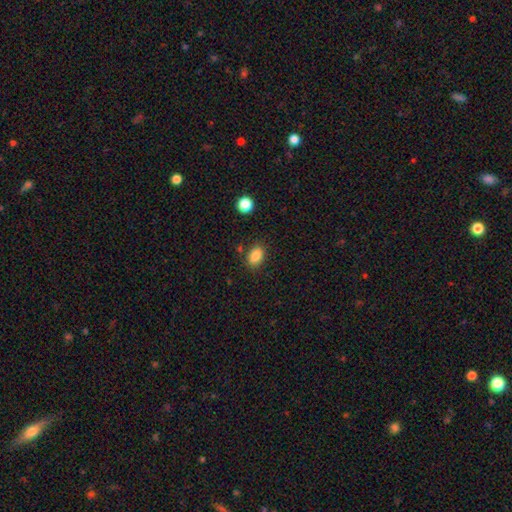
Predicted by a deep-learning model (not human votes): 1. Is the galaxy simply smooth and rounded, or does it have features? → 86% smooth, 10% star or artifact, 5% featured or disk.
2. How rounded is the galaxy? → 81% in between, 17% round, 1% cigar-shaped.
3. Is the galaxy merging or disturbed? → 82% none, 12% minor disturbance, 4% merger, 3% major disturbance.